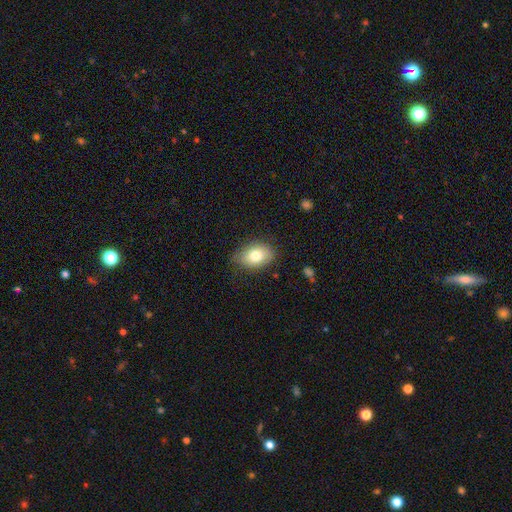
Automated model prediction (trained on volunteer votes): Morphology: type=smooth (79%); roundness=in between (84%); merging=none (79%).